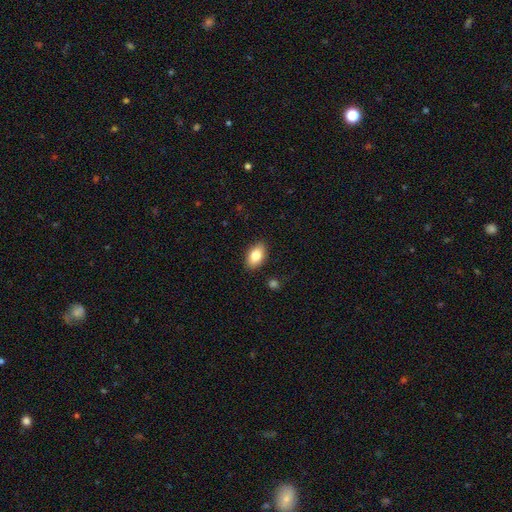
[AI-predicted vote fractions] A smooth galaxy with no disk features (83%) that is in between round and cigar-shaped (91%).

Vote fractions:
- Smooth or featured? smooth: 83% / featured or disk: 10% / star or artifact: 7%
- How rounded? in between: 91% / round: 7% / cigar-shaped: 2%
- Merging? none: 87% / minor disturbance: 9% / major disturbance: 2% / merger: 1%